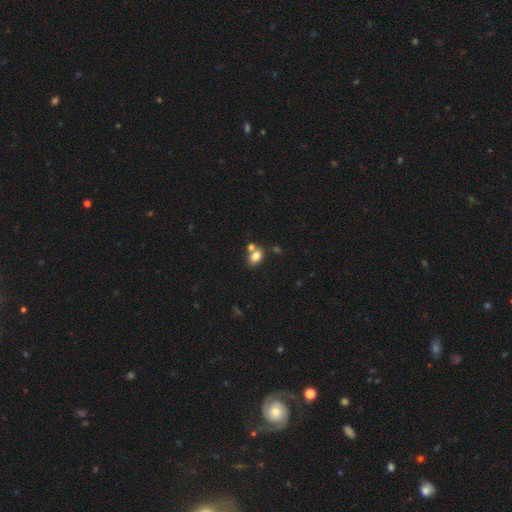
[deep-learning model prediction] Smooth or featured?
  - smooth: 80% *
  - star or artifact: 10%
  - featured or disk: 10%
How rounded?
  - in between: 76% *
  - round: 22%
  - cigar-shaped: 1%
Merging?
  - none: 49% *
  - merger: 36%
  - minor disturbance: 11%
  - major disturbance: 4%